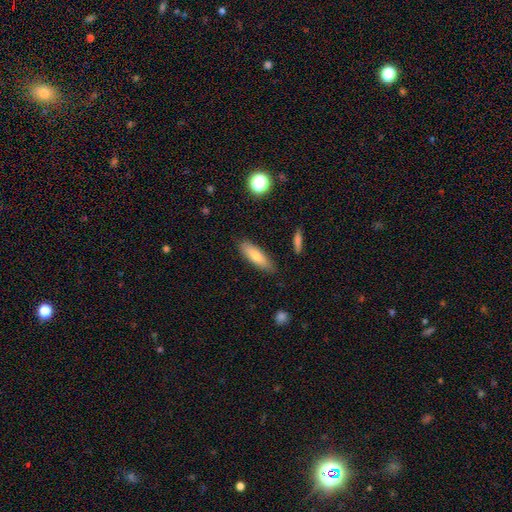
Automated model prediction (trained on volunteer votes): Q: Smooth or featured?
A: smooth (75%); runner-up: featured or disk (18%)
Q: How rounded?
A: in between (52%); runner-up: cigar-shaped (46%)
Q: Merging?
A: none (83%); runner-up: minor disturbance (13%)